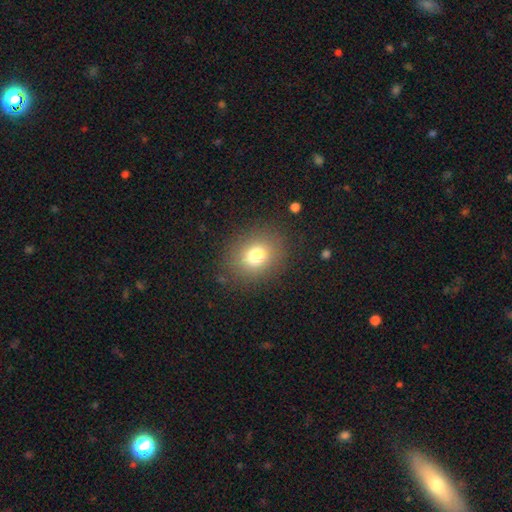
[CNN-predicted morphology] Smooth or featured?
  - smooth: 77% *
  - star or artifact: 13%
  - featured or disk: 10%
How rounded?
  - round: 61% *
  - in between: 38%
  - cigar-shaped: 1%
Merging?
  - none: 85% *
  - minor disturbance: 9%
  - major disturbance: 5%
  - merger: 1%